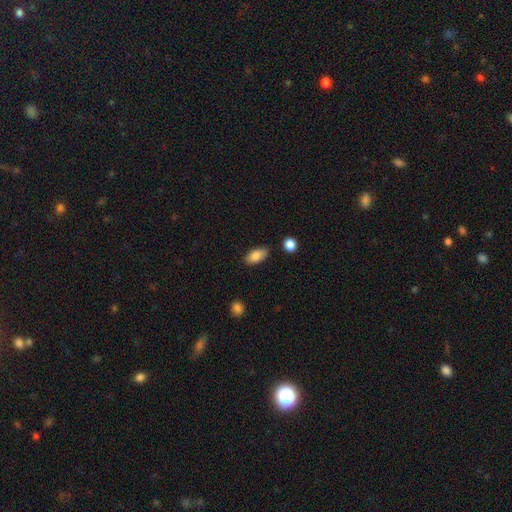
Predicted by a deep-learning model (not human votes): smooth-or-featured: smooth: 84% | featured or disk: 8% | star or artifact: 7%
  how-rounded: in between: 91% | cigar-shaped: 5% | round: 4%
  merging: none: 84% | minor disturbance: 11% | merger: 2% | major disturbance: 2%